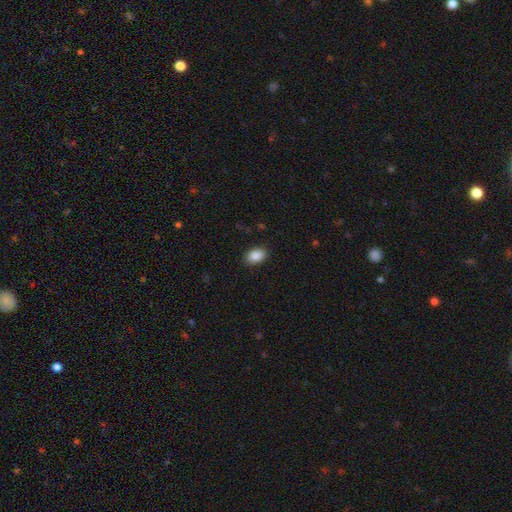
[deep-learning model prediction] Smooth or featured?
  - smooth: 89% *
  - star or artifact: 8%
  - featured or disk: 3%
How rounded?
  - in between: 84% *
  - round: 15%
  - cigar-shaped: 1%
Merging?
  - none: 88% *
  - minor disturbance: 9%
  - major disturbance: 2%
  - merger: 1%